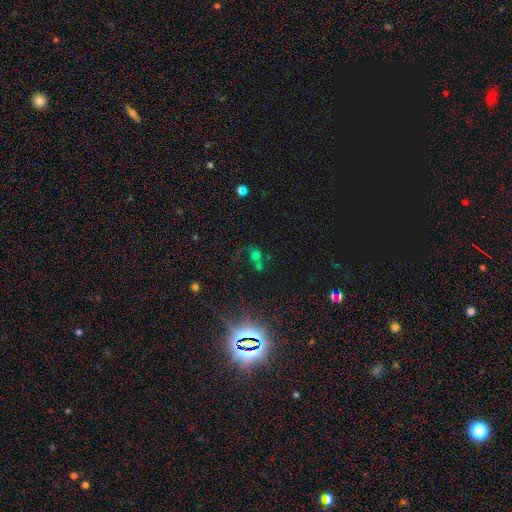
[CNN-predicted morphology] A smooth galaxy with no disk features (46%).

Vote fractions:
- Smooth or featured? smooth: 46% / star or artifact: 39% / featured or disk: 16%
- Merging? none: 37% / merger: 36% / major disturbance: 14% / minor disturbance: 14%